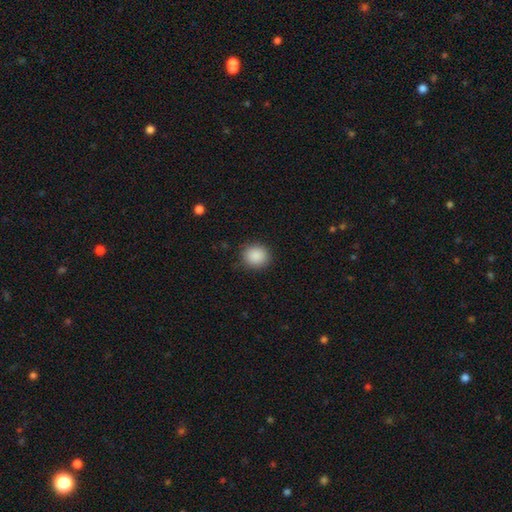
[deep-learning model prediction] Smooth or featured?
  - smooth: 89% *
  - star or artifact: 8%
  - featured or disk: 3%
How rounded?
  - round: 84% *
  - in between: 15%
  - cigar-shaped: 1%
Merging?
  - none: 88% *
  - minor disturbance: 8%
  - major disturbance: 2%
  - merger: 1%